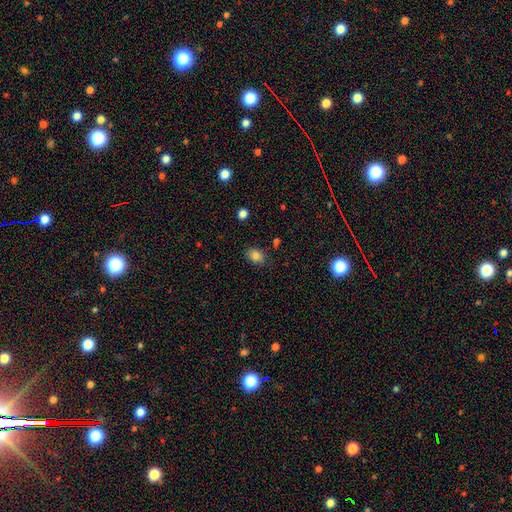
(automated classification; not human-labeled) Smooth or featured?
  - smooth: 81% *
  - star or artifact: 11%
  - featured or disk: 8%
How rounded?
  - in between: 65% *
  - round: 34%
  - cigar-shaped: 1%
Merging?
  - none: 79% *
  - minor disturbance: 15%
  - major disturbance: 3%
  - merger: 2%